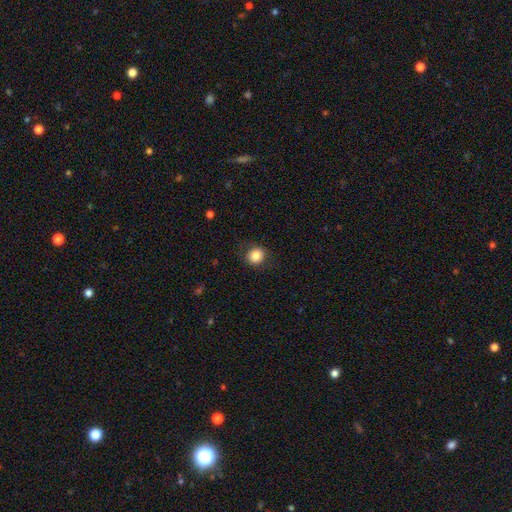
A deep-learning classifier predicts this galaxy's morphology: The model was most divided on "how rounded": round: 84%, in between: 15%, cigar-shaped: 1%. More confident: smooth or featured — smooth (84%); merging — none (84%).